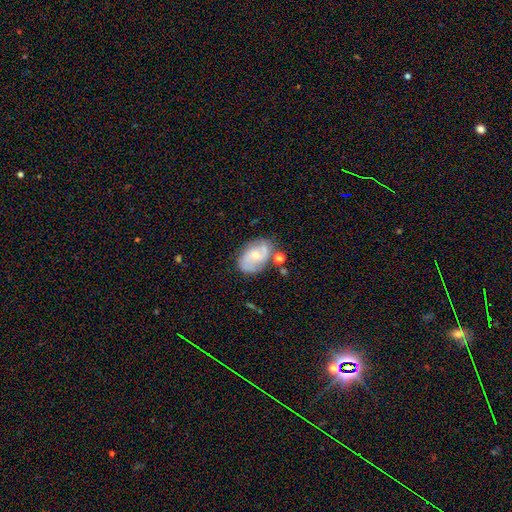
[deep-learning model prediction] Q: Smooth or featured?
A: featured or disk (68%); runner-up: smooth (25%)
Q: Edge-on disk?
A: no (97%); runner-up: yes (3%)
Q: Bar?
A: no (58%); runner-up: weak (35%)
Q: Spiral arms?
A: yes (85%); runner-up: no (15%)
Q: Spiral winding?
A: medium (47%); runner-up: tight (27%)
Q: Spiral arm count?
A: 2 (77%); runner-up: can't tell (14%)
Q: Bulge size?
A: small (58%); runner-up: moderate (38%)
Q: Merging?
A: none (62%); runner-up: minor disturbance (22%)